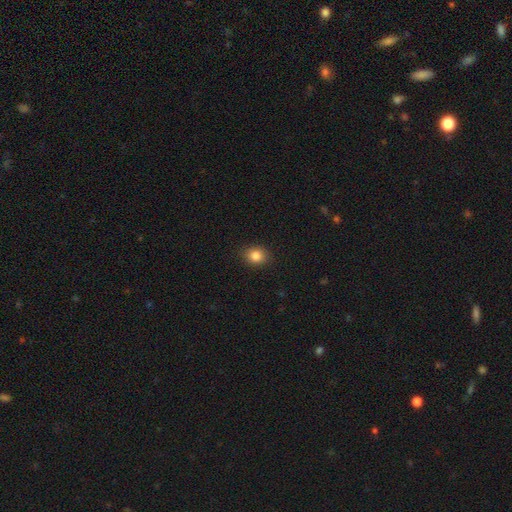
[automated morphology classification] Smooth or featured? smooth (84%)
How rounded? round (57%)
Merging? none (89%)